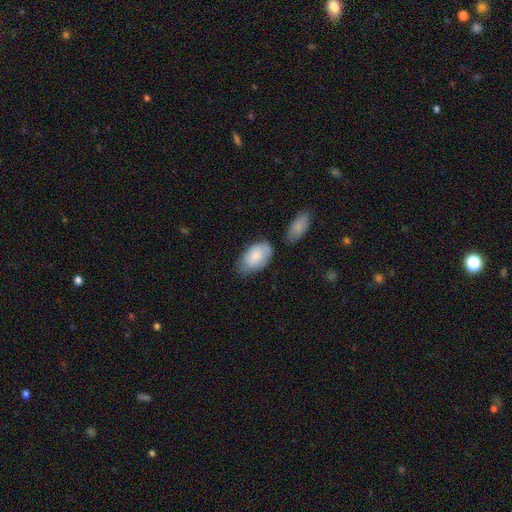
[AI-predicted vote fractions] Smooth or featured: smooth — 83% (featured or disk — 11%)
How rounded: in between — 93% (round — 5%)
Merging: none — 57% (minor disturbance — 26%)